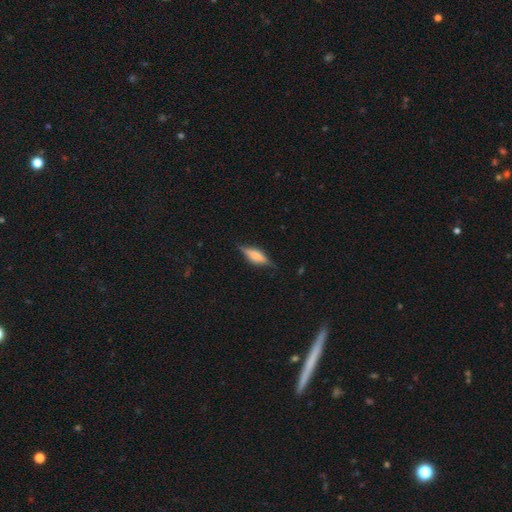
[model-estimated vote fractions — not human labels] Smooth or featured: featured or disk — 55% (smooth — 38%)
Edge-on disk: yes — 95% (no — 5%)
Edge-on bulge: rounded — 52% (boxy — 41%)
Merging: none — 78% (minor disturbance — 16%)